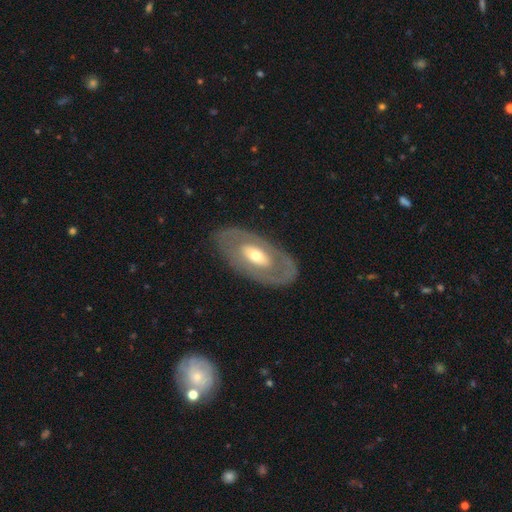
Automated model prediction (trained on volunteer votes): This is likely a featured or disk galaxy (63%). It is clearly not viewed edge-on (88%). Bar: likely no (71%). Spiral arm pattern: likely no (76%). Central bulge: possibly moderate (59%). Merging: clearly none (82%).